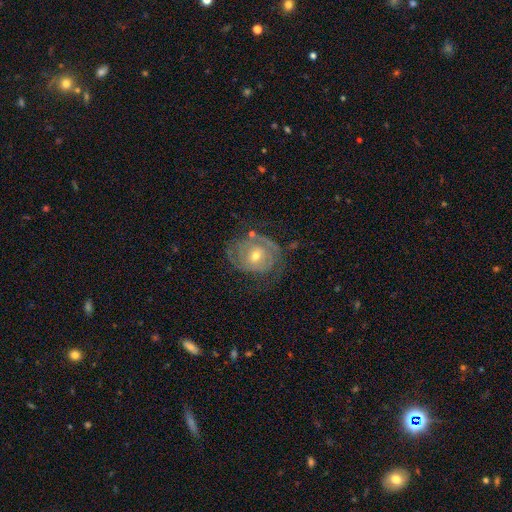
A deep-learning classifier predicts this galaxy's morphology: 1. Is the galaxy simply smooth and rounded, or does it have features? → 79% featured or disk, 14% smooth, 7% star or artifact.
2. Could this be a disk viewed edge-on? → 97% no, 3% yes.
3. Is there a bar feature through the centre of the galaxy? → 67% no, 26% weak, 6% strong.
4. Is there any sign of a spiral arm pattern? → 84% yes, 16% no.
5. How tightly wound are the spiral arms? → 65% tight, 26% medium, 9% loose.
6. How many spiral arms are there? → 41% 2, 35% can't tell, 11% 3, 6% 1, 4% 4, 3% more than 4.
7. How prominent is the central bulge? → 56% moderate, 40% small, 2% large, 1% none, 1% dominant.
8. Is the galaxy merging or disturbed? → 62% none, 21% minor disturbance, 14% major disturbance, 3% merger.